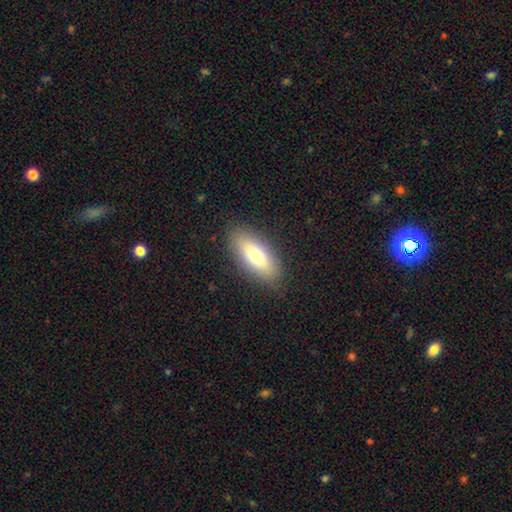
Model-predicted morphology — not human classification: smooth-or-featured: smooth: 70% | featured or disk: 22% | star or artifact: 7%
  how-rounded: in between: 78% | cigar-shaped: 19% | round: 3%
  merging: none: 88% | minor disturbance: 9% | major disturbance: 2% | merger: 1%